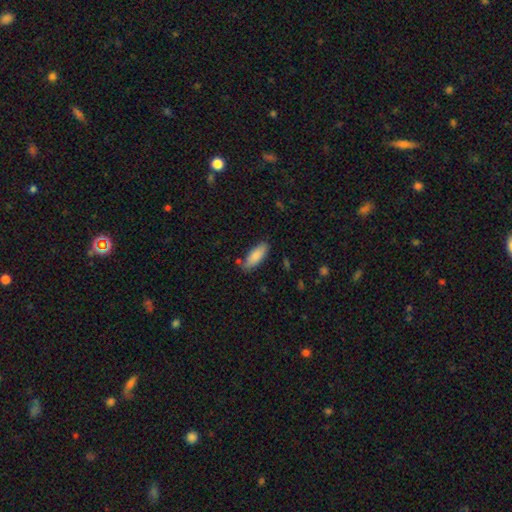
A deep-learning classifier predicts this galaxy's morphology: type=smooth (86%); roundness=in between (72%); merging=none (80%).